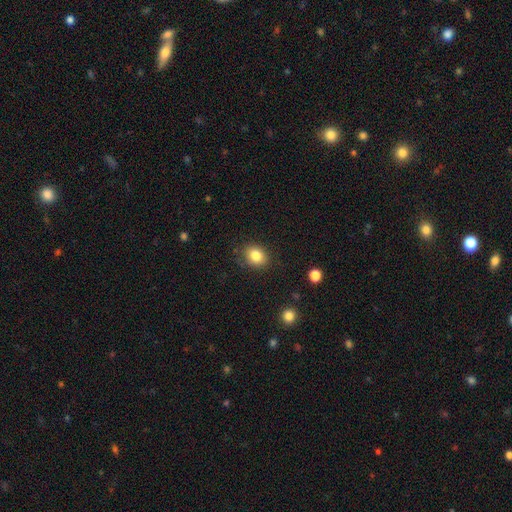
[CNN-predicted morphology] type=smooth (83%); roundness=round (51%); merging=none (82%).